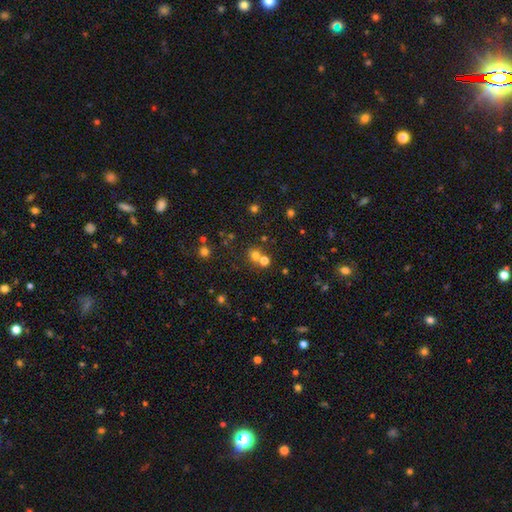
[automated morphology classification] smooth 64%, star or artifact 25%, featured or disk 11%. Down the decision tree: how rounded — round (83%); merging — none (55%).